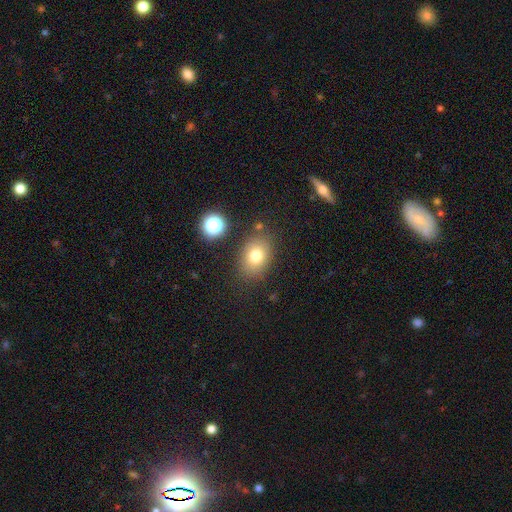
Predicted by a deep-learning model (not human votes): Morphology: type=smooth (77%); roundness=in between (68%); merging=none (79%).